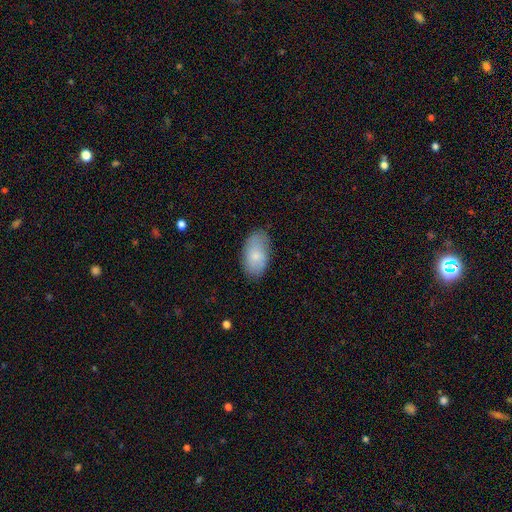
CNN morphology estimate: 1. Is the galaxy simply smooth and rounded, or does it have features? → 77% smooth, 17% featured or disk, 6% star or artifact.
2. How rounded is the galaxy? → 94% in between, 4% round, 2% cigar-shaped.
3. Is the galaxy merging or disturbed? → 75% none, 20% minor disturbance, 4% major disturbance, 1% merger.